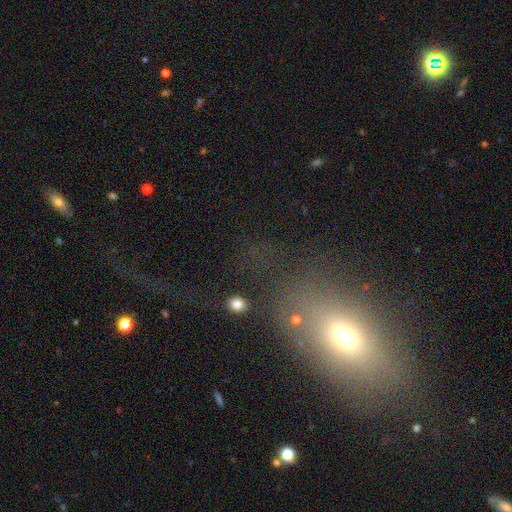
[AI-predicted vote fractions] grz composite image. It shows a smooth galaxy with no disk features (48%). Merging: none (43%).